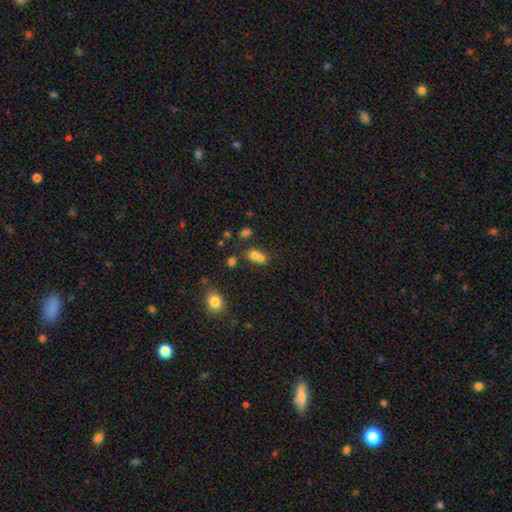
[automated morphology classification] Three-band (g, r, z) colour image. It shows a smooth galaxy with no disk features (70%) that is round (57%). Merging: merger (59%).